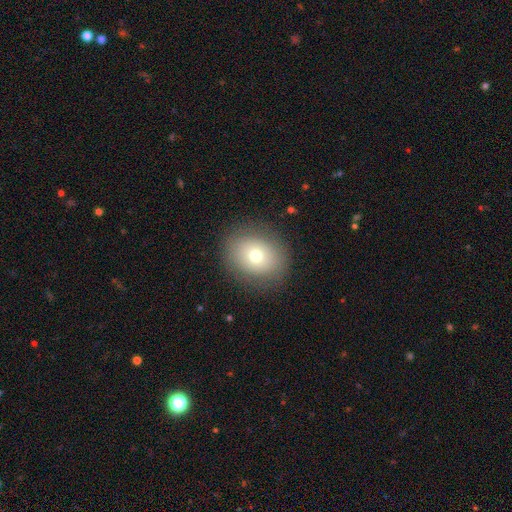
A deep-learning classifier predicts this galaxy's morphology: This appears to be a smooth galaxy with no disk features (71%) that is round (64%). Merging: none (85%).